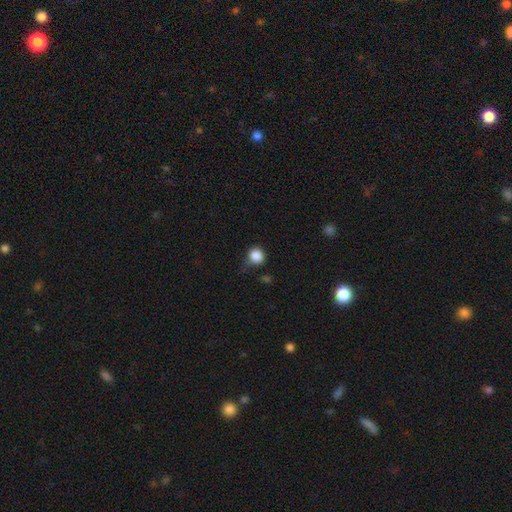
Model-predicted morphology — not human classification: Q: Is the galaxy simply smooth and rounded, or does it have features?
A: smooth — 86%.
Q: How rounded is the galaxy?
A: round — 89%.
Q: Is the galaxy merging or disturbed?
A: none — 68%.